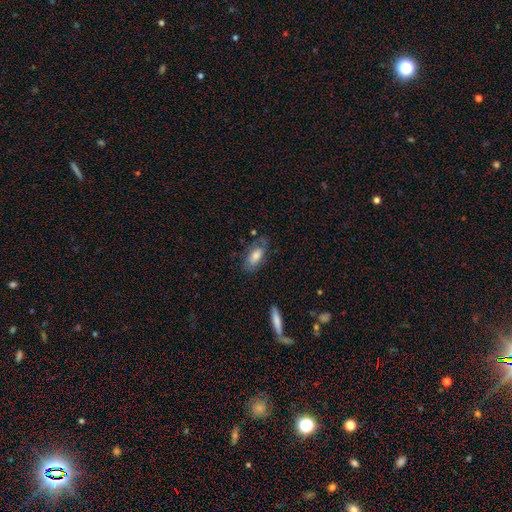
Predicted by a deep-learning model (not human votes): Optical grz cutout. It shows a smooth galaxy with no disk features (69%) that is in between round and cigar-shaped (86%). Merging: none (66%).